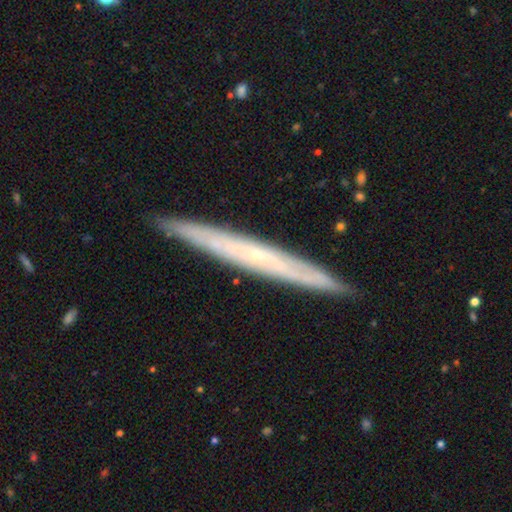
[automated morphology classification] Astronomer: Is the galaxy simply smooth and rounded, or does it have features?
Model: featured or disk — 72%.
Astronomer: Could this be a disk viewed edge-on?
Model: yes — 89%.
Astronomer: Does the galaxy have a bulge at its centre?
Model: none — 60% (runner-up: rounded, 37%).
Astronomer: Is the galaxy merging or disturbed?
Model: none — 90%.